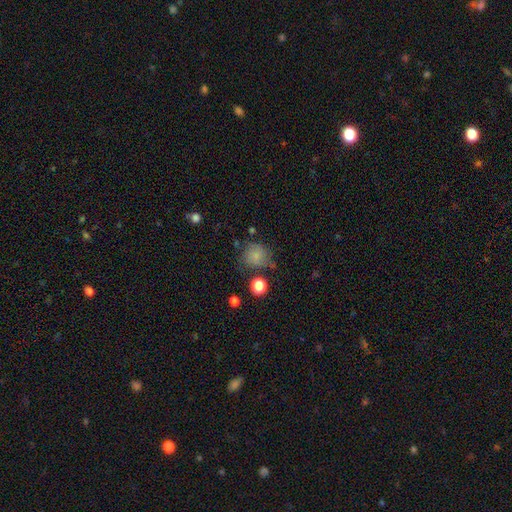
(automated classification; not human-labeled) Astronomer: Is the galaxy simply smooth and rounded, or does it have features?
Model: smooth — 77%.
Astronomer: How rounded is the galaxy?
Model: round — 82%.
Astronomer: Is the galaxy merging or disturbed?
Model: none — 63%.